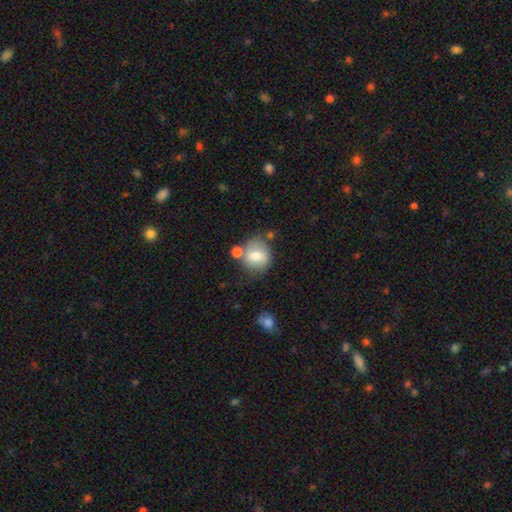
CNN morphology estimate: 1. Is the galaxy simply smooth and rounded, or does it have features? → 74% smooth, 18% featured or disk, 8% star or artifact.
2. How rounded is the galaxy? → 74% round, 25% in between, 1% cigar-shaped.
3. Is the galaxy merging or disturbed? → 58% none, 18% minor disturbance, 17% merger, 6% major disturbance.